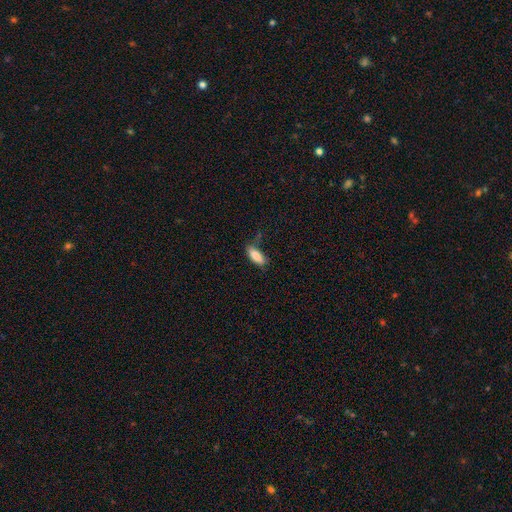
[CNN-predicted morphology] This is clearly a smooth galaxy (83%). How rounded: likely in between (74%). Merging: likely none (67%).